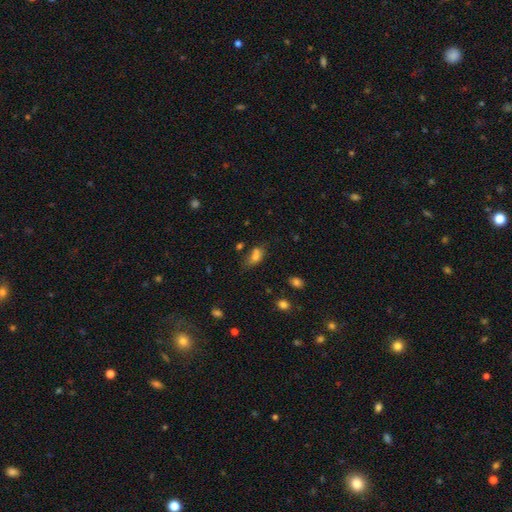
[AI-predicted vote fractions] smooth_or_featured: smooth (p=0.73) [alt: featured or disk p=0.15]
how_rounded: in between (p=0.83) [alt: cigar-shaped p=0.09]
merging: none (p=0.51) [alt: minor disturbance p=0.26]